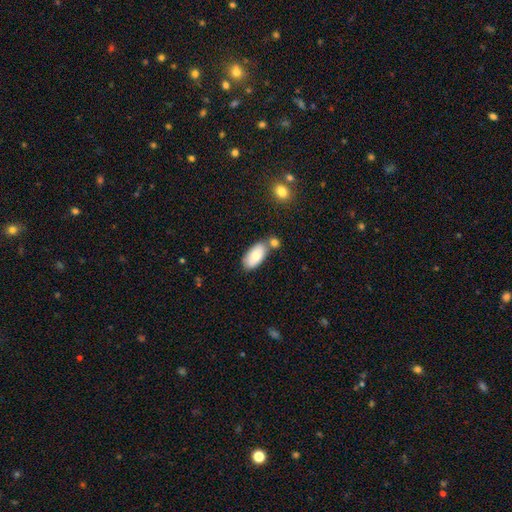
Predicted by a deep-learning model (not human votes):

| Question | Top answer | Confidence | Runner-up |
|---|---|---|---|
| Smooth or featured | smooth | 81% | featured or disk (13%) |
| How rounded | in between | 93% | cigar-shaped (5%) |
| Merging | none | 63% | merger (19%) |